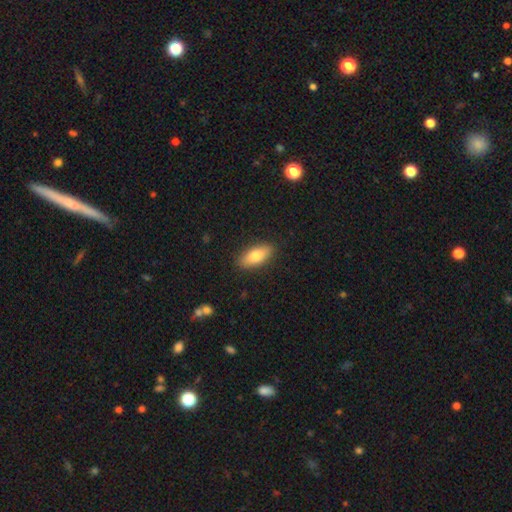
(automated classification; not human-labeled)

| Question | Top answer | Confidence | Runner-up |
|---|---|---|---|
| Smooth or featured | smooth | 78% | featured or disk (16%) |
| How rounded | in between | 81% | cigar-shaped (16%) |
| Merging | none | 89% | minor disturbance (8%) |